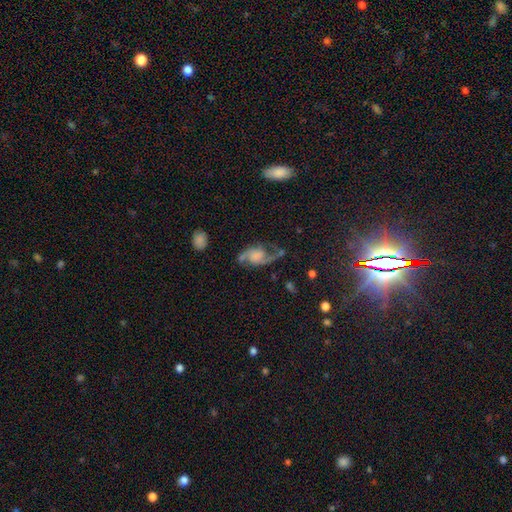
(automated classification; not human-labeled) This is clearly a featured or disk galaxy (81%). It is clearly not viewed edge-on (97%). Bar: likely no (65%). Spiral arm pattern: clearly yes (95%). Spiral arm count: clearly 2 (91%). Spiral winding: possibly loose (57%). Central bulge: marginally none (40%). Merging: possibly none (55%).